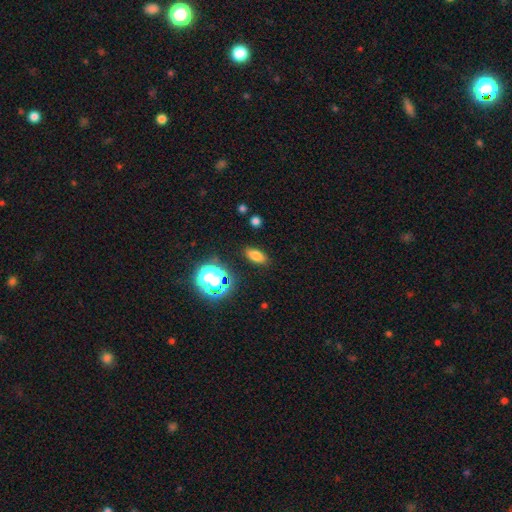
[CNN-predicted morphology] smooth-or-featured: smooth: 74% | star or artifact: 16% | featured or disk: 10%
  how-rounded: in between: 82% | round: 9% | cigar-shaped: 8%
  merging: none: 86% | minor disturbance: 9% | major disturbance: 3% | merger: 2%